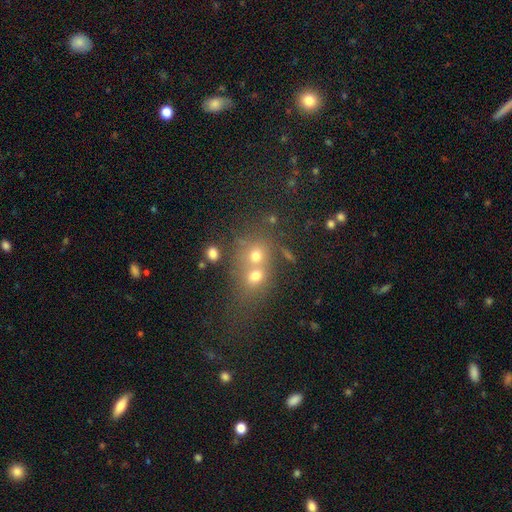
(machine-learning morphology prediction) Smooth or featured: smooth — 66% (star or artifact — 18%)
How rounded: round — 72% (in between — 27%)
Merging: merger — 51% (none — 37%)